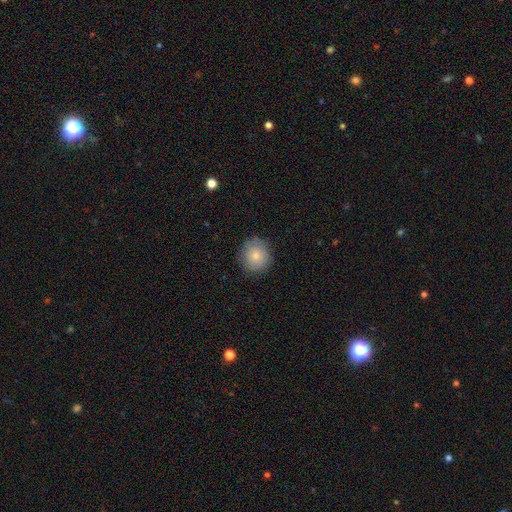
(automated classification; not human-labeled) This is clearly a smooth galaxy (81%). How rounded: clearly round (88%). Merging: clearly none (86%).